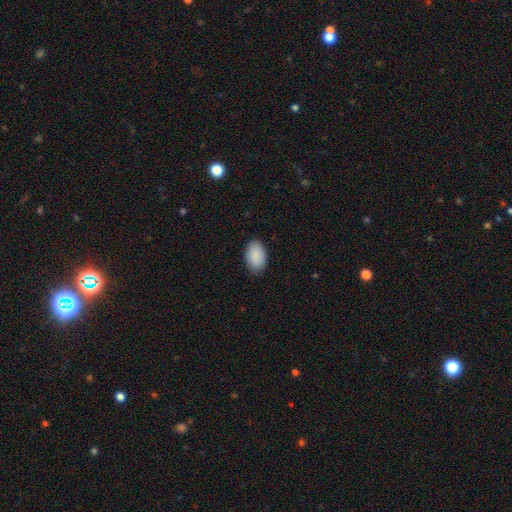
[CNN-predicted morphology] Q: Smooth or featured?
A: smooth (90%); runner-up: star or artifact (6%)
Q: How rounded?
A: in between (92%); runner-up: round (7%)
Q: Merging?
A: none (85%); runner-up: minor disturbance (12%)